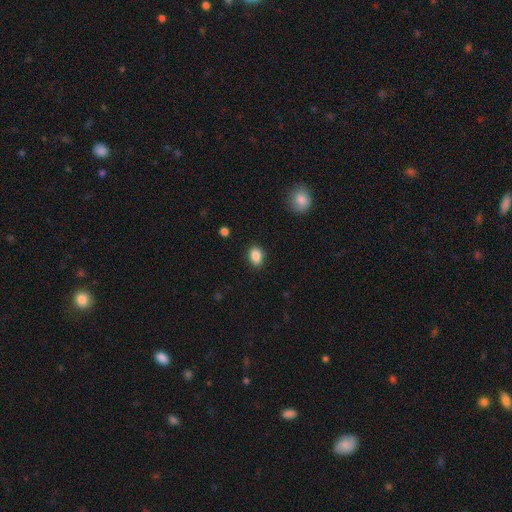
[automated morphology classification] Q: Smooth or featured?
A: smooth (87%); runner-up: star or artifact (9%)
Q: How rounded?
A: in between (68%); runner-up: round (30%)
Q: Merging?
A: none (88%); runner-up: minor disturbance (9%)